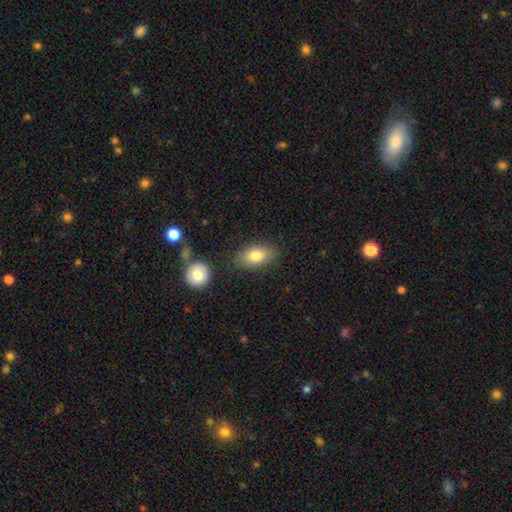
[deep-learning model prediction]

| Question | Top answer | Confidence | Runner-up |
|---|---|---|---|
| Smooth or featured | smooth | 79% | featured or disk (13%) |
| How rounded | in between | 89% | round (7%) |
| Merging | none | 81% | minor disturbance (12%) |